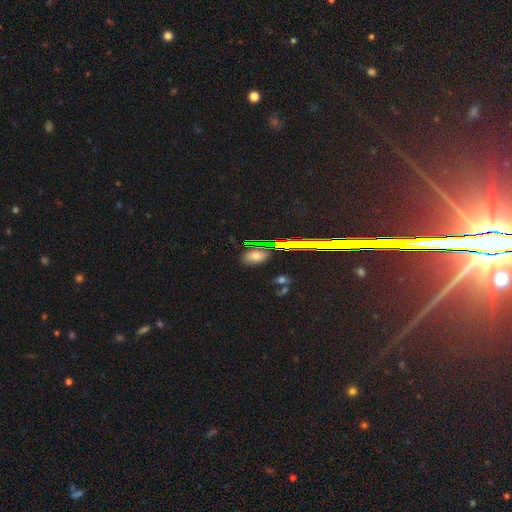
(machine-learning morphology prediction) smooth_or_featured: smooth (p=0.60) [alt: star or artifact p=0.28]
how_rounded: in between (p=0.82) [alt: round p=0.14]
merging: none (p=0.78) [alt: minor disturbance p=0.14]